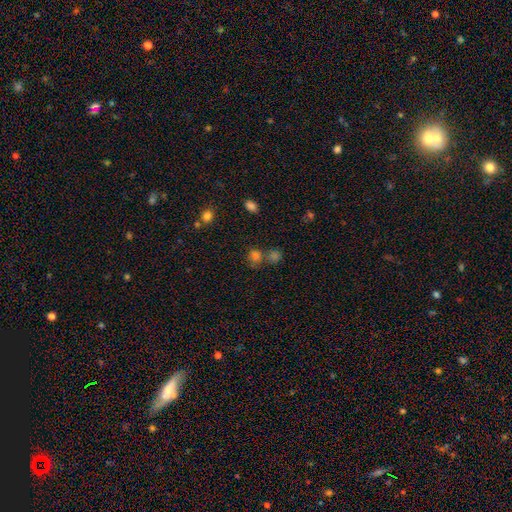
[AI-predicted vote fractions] smooth-or-featured: smooth: 69% | star or artifact: 24% | featured or disk: 8%
  how-rounded: round: 79% | in between: 19% | cigar-shaped: 1%
  merging: none: 54% | merger: 32% | minor disturbance: 9% | major disturbance: 5%